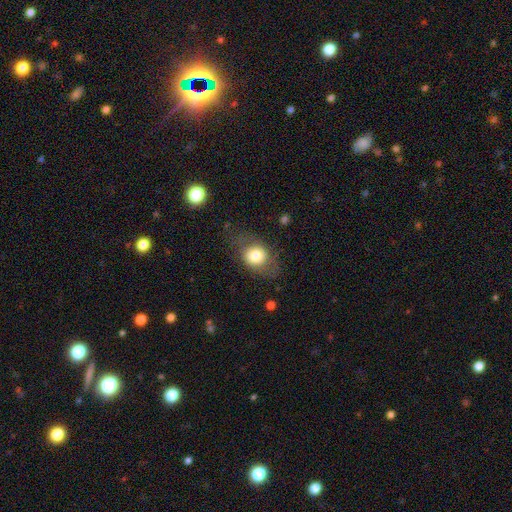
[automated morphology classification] Smooth or featured: smooth — 70% (featured or disk — 21%)
How rounded: round — 54% (in between — 45%)
Merging: none — 65% (minor disturbance — 19%)